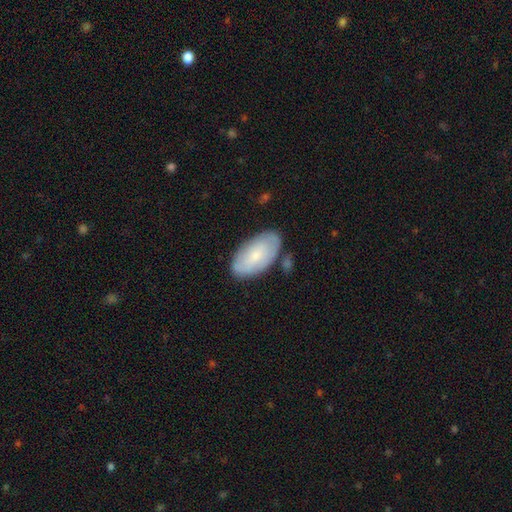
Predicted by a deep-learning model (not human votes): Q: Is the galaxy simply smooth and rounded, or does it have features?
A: smooth — 62%.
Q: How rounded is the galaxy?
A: in between — 95%.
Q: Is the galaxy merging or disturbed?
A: none — 74%.